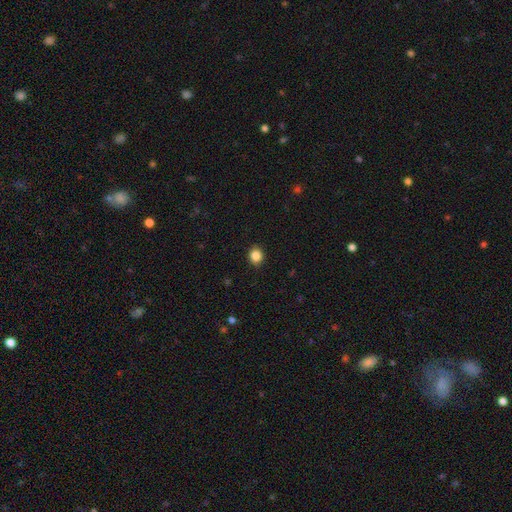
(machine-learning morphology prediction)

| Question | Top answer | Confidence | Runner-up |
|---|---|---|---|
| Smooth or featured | smooth | 86% | star or artifact (10%) |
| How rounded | round | 76% | in between (23%) |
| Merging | none | 90% | minor disturbance (7%) |